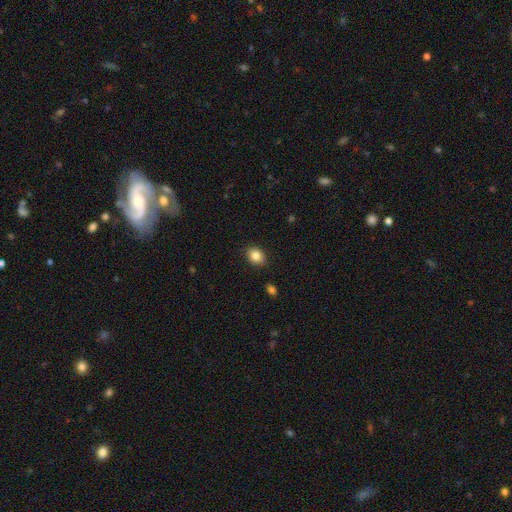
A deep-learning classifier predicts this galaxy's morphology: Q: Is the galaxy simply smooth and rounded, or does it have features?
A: smooth — 84%.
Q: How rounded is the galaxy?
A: in between — 58%.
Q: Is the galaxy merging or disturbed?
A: none — 88%.